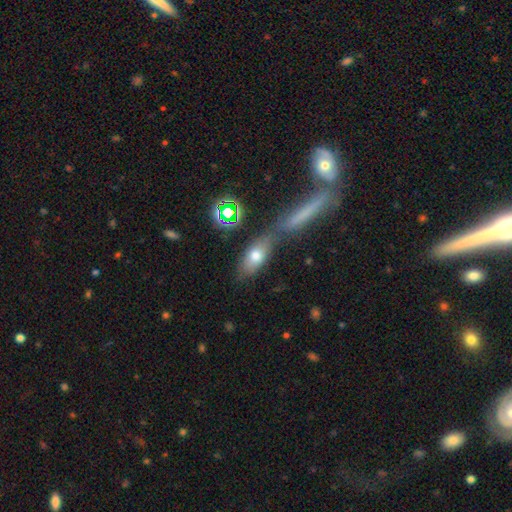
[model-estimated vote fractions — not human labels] A smooth galaxy with no disk features (66%) that is in between round and cigar-shaped (73%).

Vote fractions:
- Smooth or featured? smooth: 66% / featured or disk: 20% / star or artifact: 14%
- How rounded? in between: 73% / cigar-shaped: 18% / round: 9%
- Merging? none: 50% / merger: 30% / minor disturbance: 13% / major disturbance: 7%